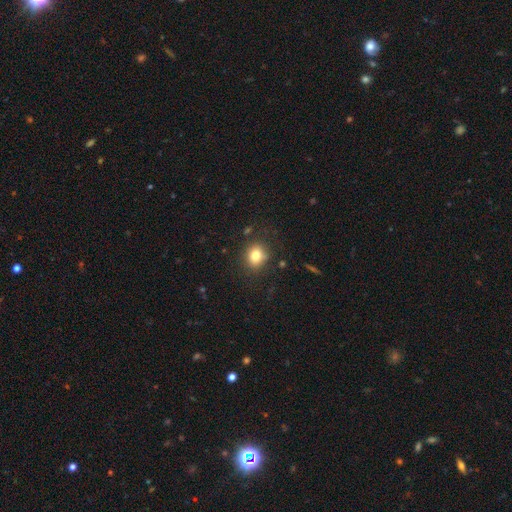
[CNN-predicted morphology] This is clearly a smooth galaxy (80%). How rounded: likely round (69%). Merging: clearly none (84%).